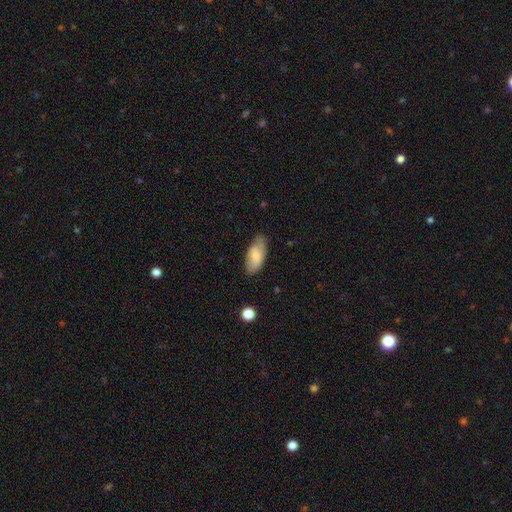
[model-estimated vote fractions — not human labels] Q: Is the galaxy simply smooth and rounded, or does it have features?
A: smooth — 73%.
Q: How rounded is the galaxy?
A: in between — 90%.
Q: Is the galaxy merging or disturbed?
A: none — 71%.